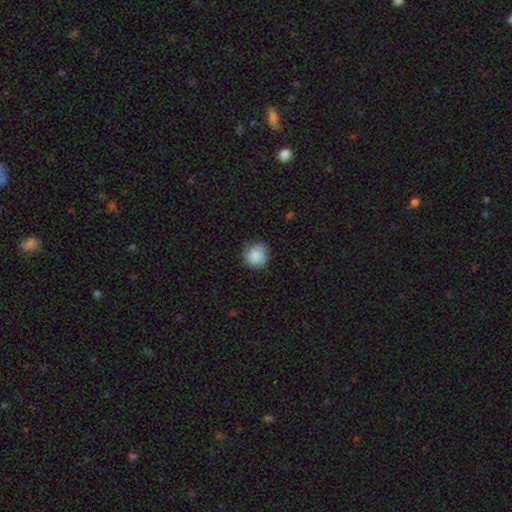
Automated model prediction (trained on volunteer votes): Q: Smooth or featured?
A: smooth (82%); runner-up: featured or disk (10%)
Q: How rounded?
A: round (86%); runner-up: in between (13%)
Q: Merging?
A: none (65%); runner-up: minor disturbance (27%)